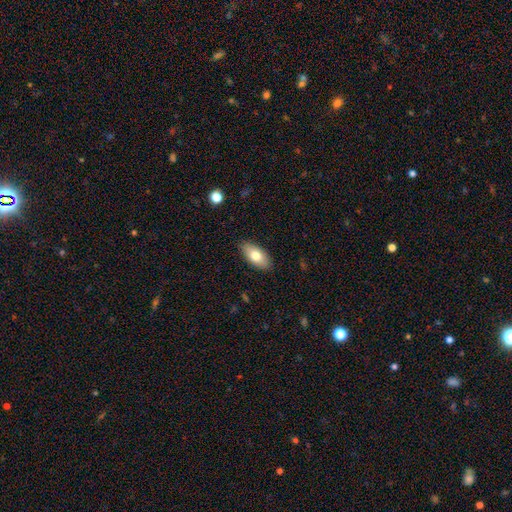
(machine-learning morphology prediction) Smooth or featured? smooth (76%)
How rounded? in between (92%)
Merging? none (87%)